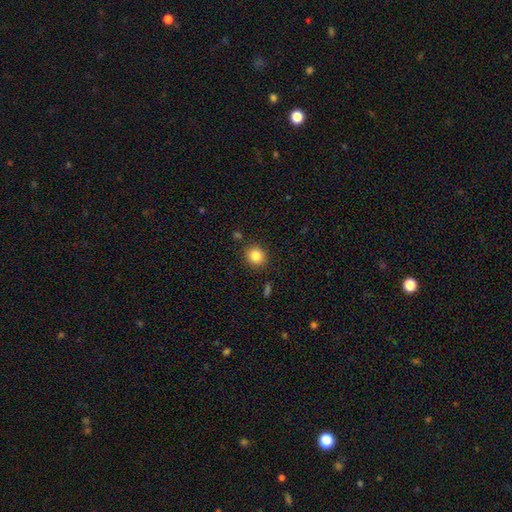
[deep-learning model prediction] smooth-or-featured: smooth: 84% | star or artifact: 10% | featured or disk: 6%
  how-rounded: round: 83% | in between: 16% | cigar-shaped: 1%
  merging: none: 88% | minor disturbance: 7% | major disturbance: 2% | merger: 2%